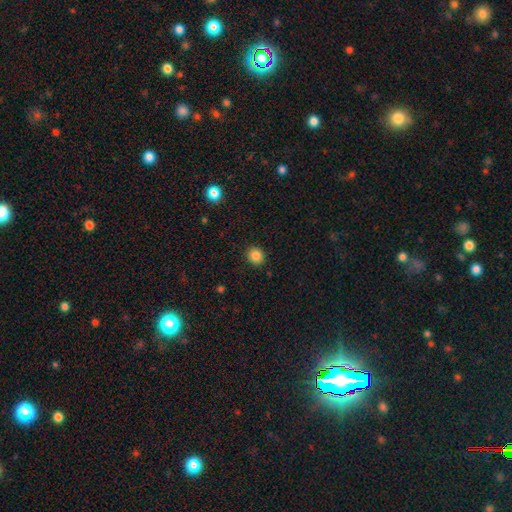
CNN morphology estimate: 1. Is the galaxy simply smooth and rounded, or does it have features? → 85% smooth, 11% star or artifact, 5% featured or disk.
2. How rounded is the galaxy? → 80% round, 19% in between, 1% cigar-shaped.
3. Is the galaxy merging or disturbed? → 90% none, 7% minor disturbance, 2% major disturbance, 1% merger.